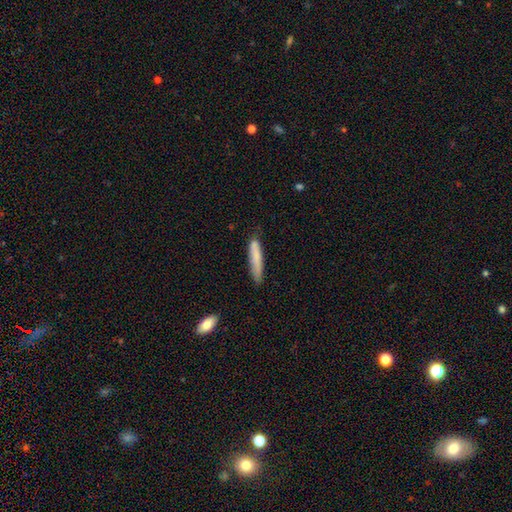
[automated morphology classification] Smooth or featured?
  - smooth: 75% *
  - featured or disk: 18%
  - star or artifact: 6%
How rounded?
  - cigar-shaped: 91% *
  - in between: 8%
  - round: 1%
Merging?
  - none: 71% *
  - minor disturbance: 22%
  - major disturbance: 4%
  - merger: 3%